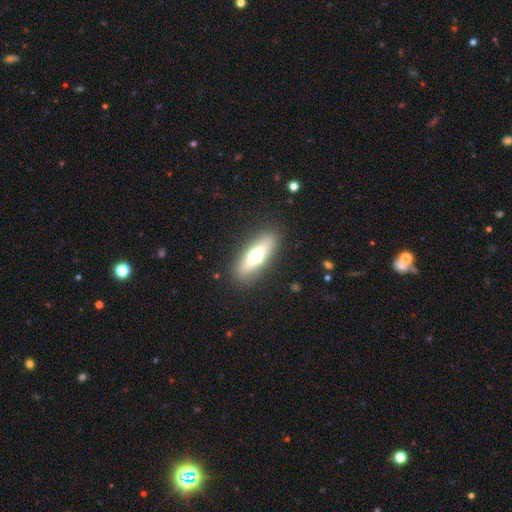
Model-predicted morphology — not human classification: Q: Smooth or featured?
A: smooth (60%); runner-up: featured or disk (33%)
Q: How rounded?
A: in between (51%); runner-up: cigar-shaped (46%)
Q: Merging?
A: none (87%); runner-up: minor disturbance (9%)